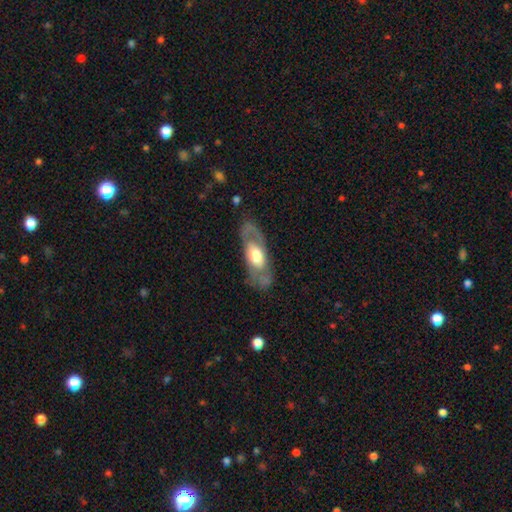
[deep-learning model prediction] Morphology: type=featured or disk (63%); edge-on=no (82%); bar=no (74%); spiral arms=no (57%); bulge=moderate (52%); merging=none (74%).